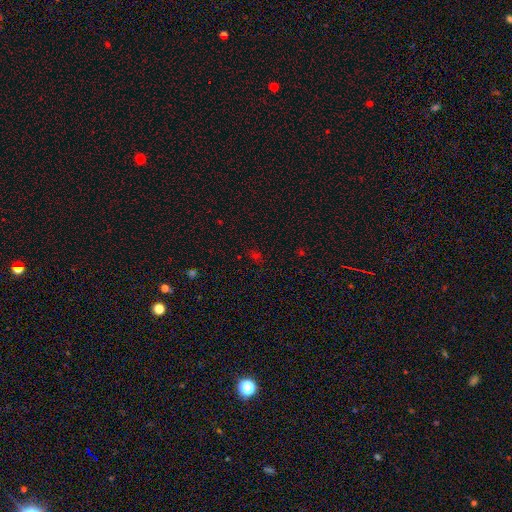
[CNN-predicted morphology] This appears to be a smooth galaxy with no disk features (49%). Merging: none (72%).